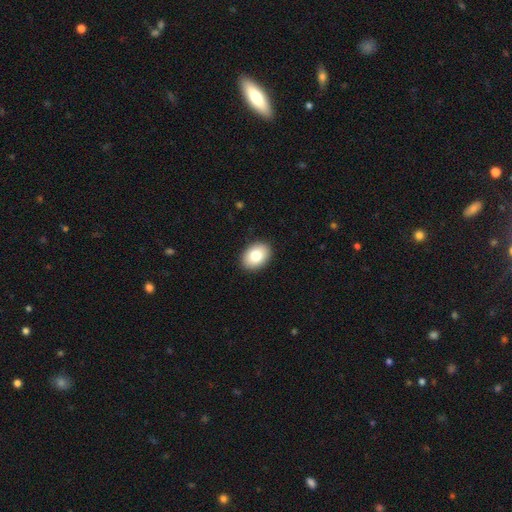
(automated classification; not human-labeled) A smooth galaxy with no disk features (81%) that is in between round and cigar-shaped (79%).

Vote fractions:
- Smooth or featured? smooth: 81% / featured or disk: 11% / star or artifact: 8%
- How rounded? in between: 79% / round: 20% / cigar-shaped: 1%
- Merging? none: 91% / minor disturbance: 7% / major disturbance: 2% / merger: 1%